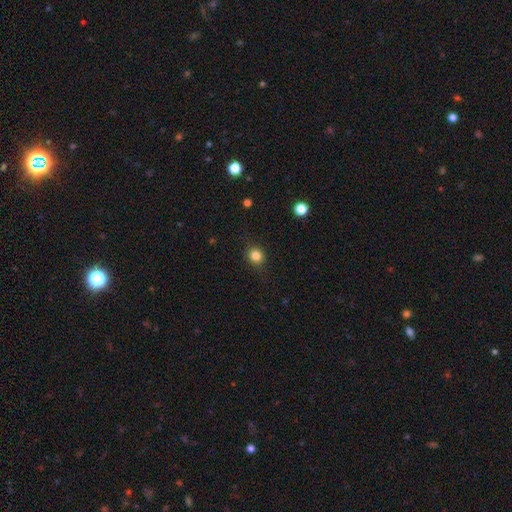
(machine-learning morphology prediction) smooth 83%, star or artifact 12%, featured or disk 5%. Down the decision tree: how rounded — round (78%); merging — none (84%).